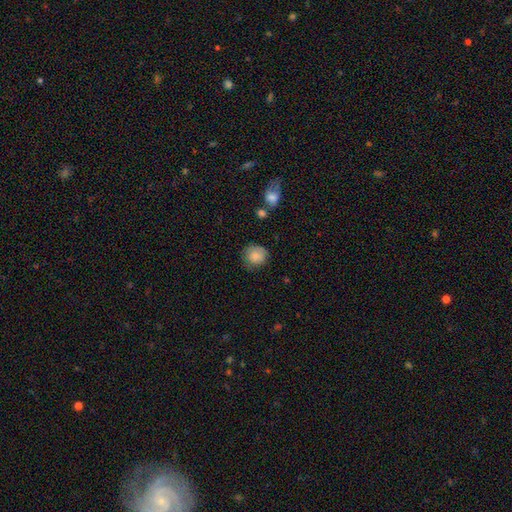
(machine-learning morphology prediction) Overall: smooth (83%). How rounded: round (86%). Merging: none (72%).